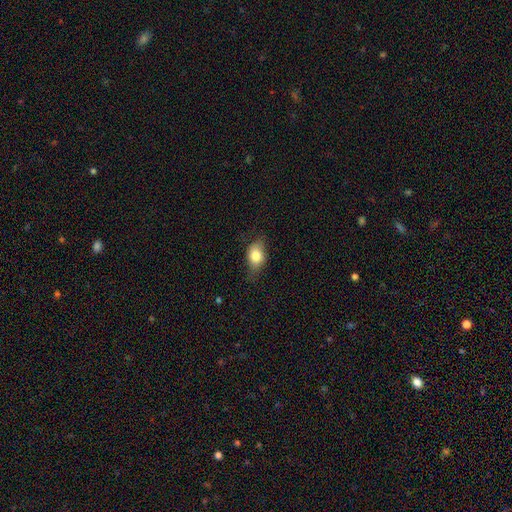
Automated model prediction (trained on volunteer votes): This is likely a smooth galaxy (77%). How rounded: likely in between (79%). Merging: likely none (62%).